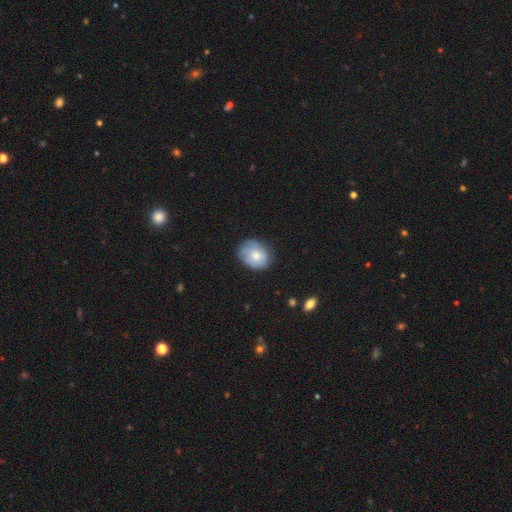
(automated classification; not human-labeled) Q: Smooth or featured?
A: smooth (70%); runner-up: featured or disk (23%)
Q: How rounded?
A: in between (51%); runner-up: round (48%)
Q: Merging?
A: none (67%); runner-up: minor disturbance (24%)